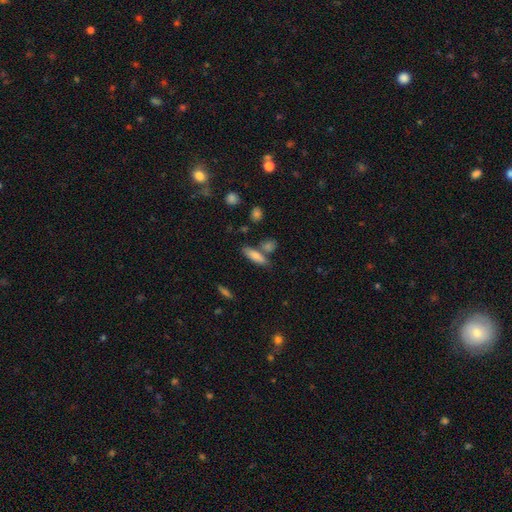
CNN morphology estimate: Smooth or featured?
  - smooth: 75% *
  - featured or disk: 17%
  - star or artifact: 8%
How rounded?
  - cigar-shaped: 56% *
  - in between: 41%
  - round: 3%
Merging?
  - none: 65% *
  - merger: 18%
  - minor disturbance: 14%
  - major disturbance: 4%